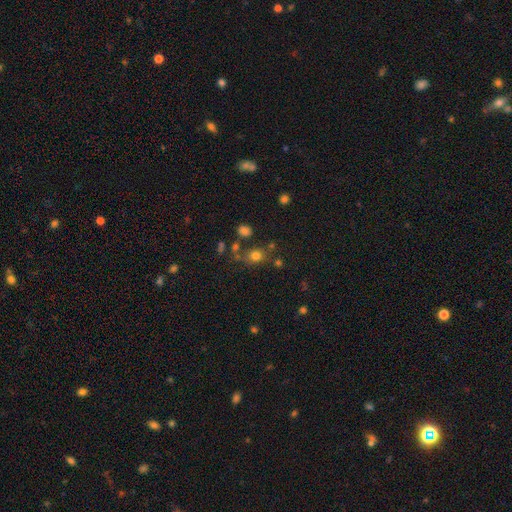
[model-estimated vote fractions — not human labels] Smooth or featured? smooth (74%)
How rounded? round (69%)
Merging? none (65%)